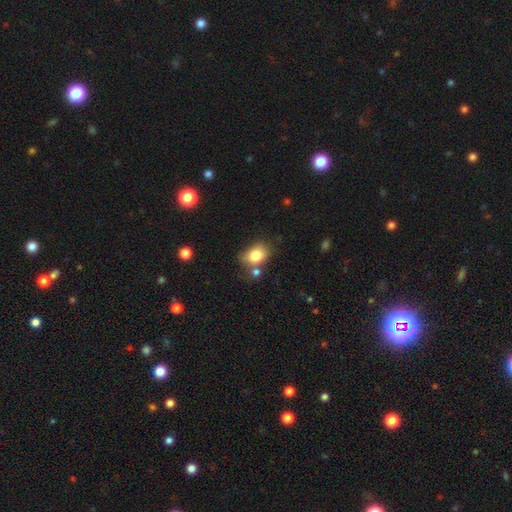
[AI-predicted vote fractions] Smooth or featured: smooth — 81% (featured or disk — 10%)
How rounded: in between — 66% (round — 33%)
Merging: none — 57% (minor disturbance — 20%)